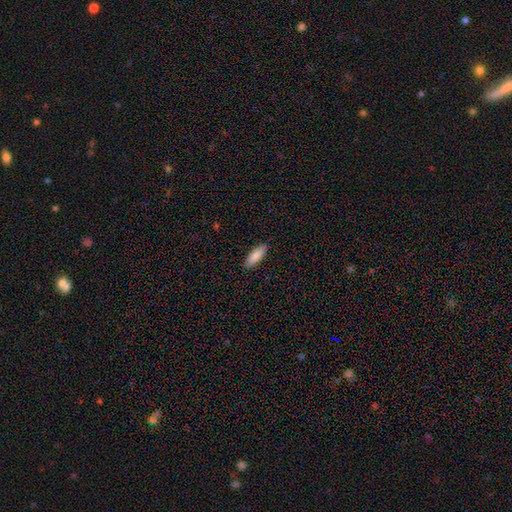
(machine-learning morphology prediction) Smooth or featured: smooth — 86% (featured or disk — 8%)
How rounded: in between — 58% (cigar-shaped — 41%)
Merging: none — 89% (minor disturbance — 9%)